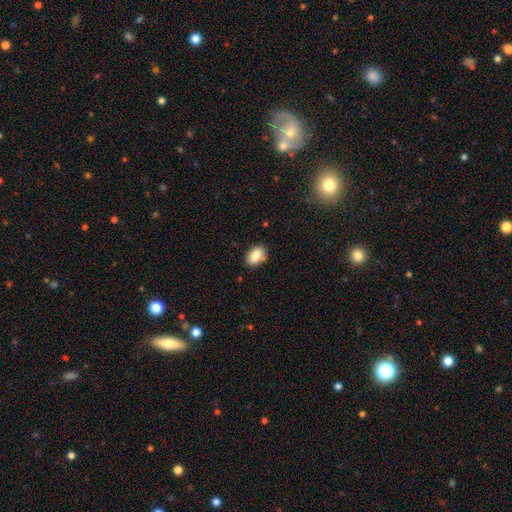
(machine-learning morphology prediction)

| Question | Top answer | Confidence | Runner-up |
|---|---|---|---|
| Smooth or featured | smooth | 83% | featured or disk (9%) |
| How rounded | in between | 84% | round (14%) |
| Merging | none | 81% | minor disturbance (13%) |